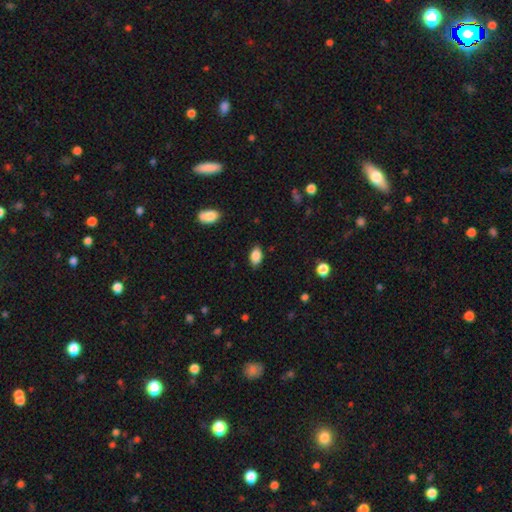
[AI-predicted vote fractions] smooth 87%, star or artifact 8%, featured or disk 5%. Down the decision tree: how rounded — in between (90%); merging — none (84%).